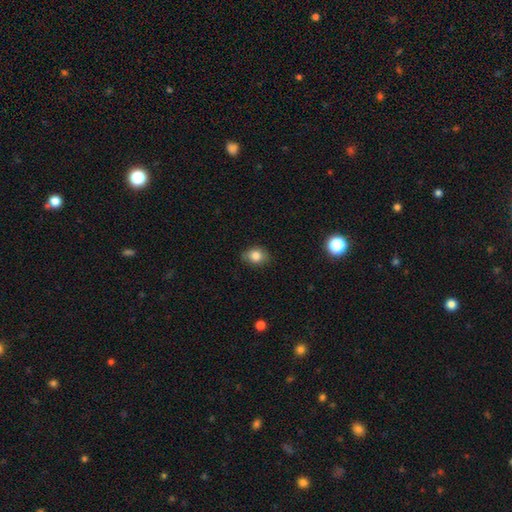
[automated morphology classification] Smooth or featured? Predicted: smooth (p=0.83). How rounded? Predicted: in between (p=0.55). Merging? Predicted: none (p=0.77).